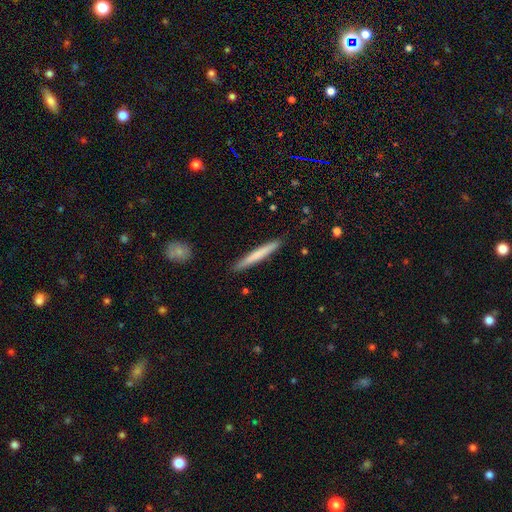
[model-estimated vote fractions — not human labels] Morphology: type=smooth (64%); roundness=cigar-shaped (97%); merging=none (91%).